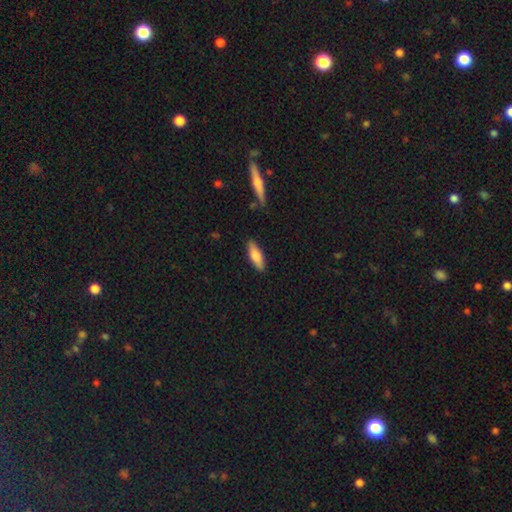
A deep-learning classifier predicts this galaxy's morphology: The model was most divided on "how rounded": in between: 58%, cigar-shaped: 40%, round: 2%. More confident: merging — none (86%); smooth or featured — smooth (76%).